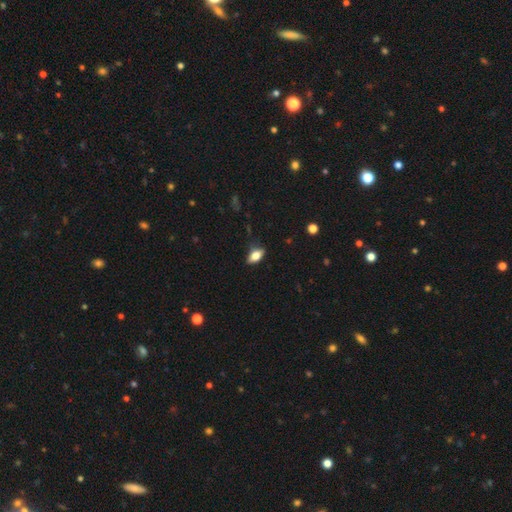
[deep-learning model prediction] Smooth or featured: smooth — 75% (featured or disk — 17%)
How rounded: in between — 87% (cigar-shaped — 7%)
Merging: none — 72% (minor disturbance — 22%)